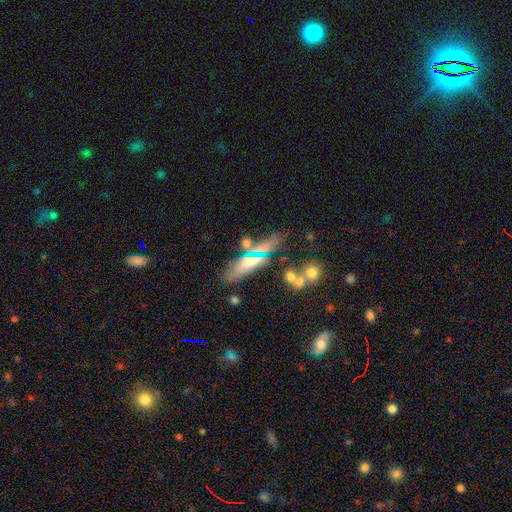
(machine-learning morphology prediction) Q: Smooth or featured?
A: smooth (53%); runner-up: featured or disk (30%)
Q: How rounded?
A: cigar-shaped (56%); runner-up: in between (37%)
Q: Merging?
A: none (43%); runner-up: merger (27%)